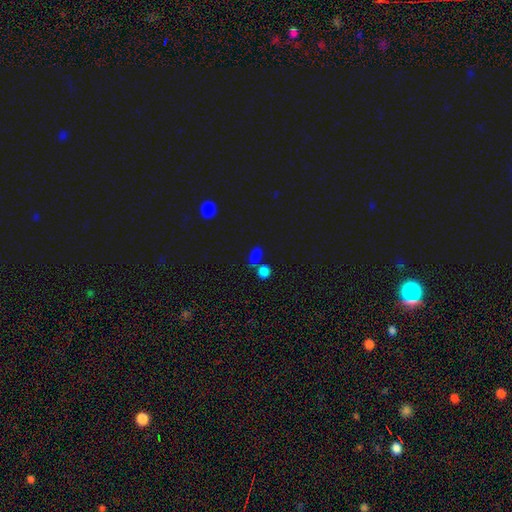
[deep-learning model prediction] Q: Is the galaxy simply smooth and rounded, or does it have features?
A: smooth — 68%.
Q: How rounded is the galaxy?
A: in between — 54%.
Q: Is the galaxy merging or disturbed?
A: none — 53%.